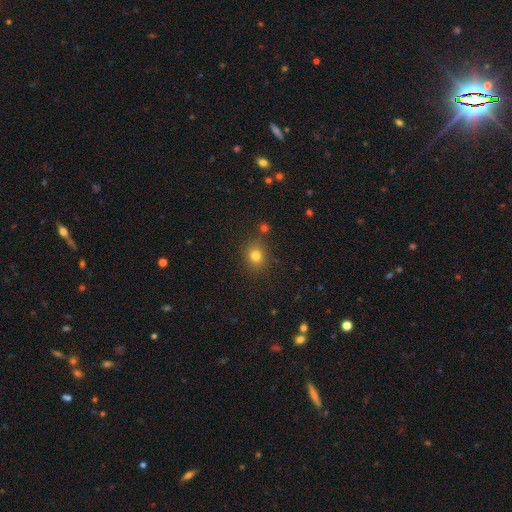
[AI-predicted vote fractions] Smooth or featured?
  - smooth: 79% *
  - star or artifact: 14%
  - featured or disk: 7%
How rounded?
  - round: 74% *
  - in between: 25%
  - cigar-shaped: 1%
Merging?
  - none: 81% *
  - minor disturbance: 11%
  - merger: 5%
  - major disturbance: 3%